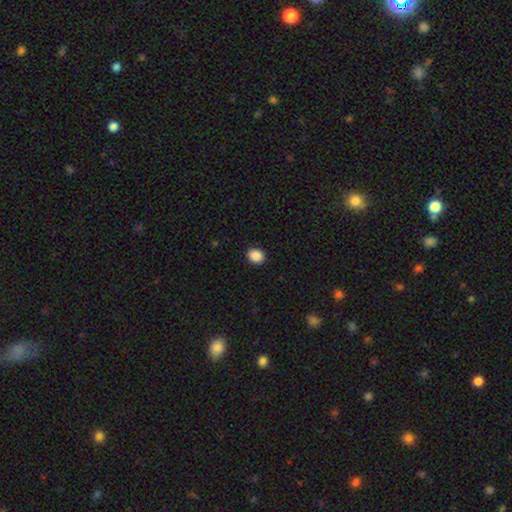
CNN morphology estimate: smooth_or_featured: smooth (p=0.88) [alt: star or artifact p=0.09]
how_rounded: round (p=0.65) [alt: in between p=0.34]
merging: none (p=0.92) [alt: minor disturbance p=0.06]